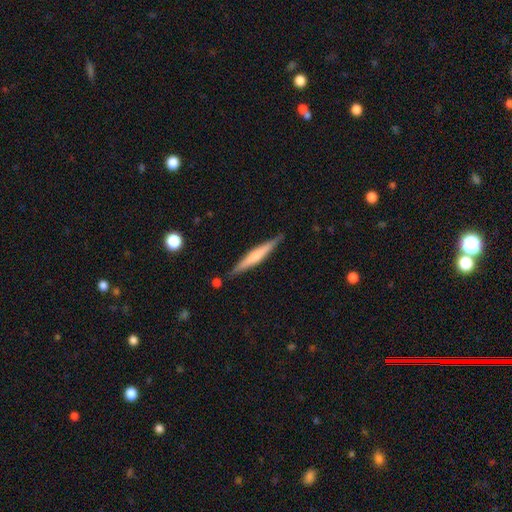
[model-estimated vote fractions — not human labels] featured or disk 48%, smooth 47%, star or artifact 6%. Down the decision tree: merging — none (85%).